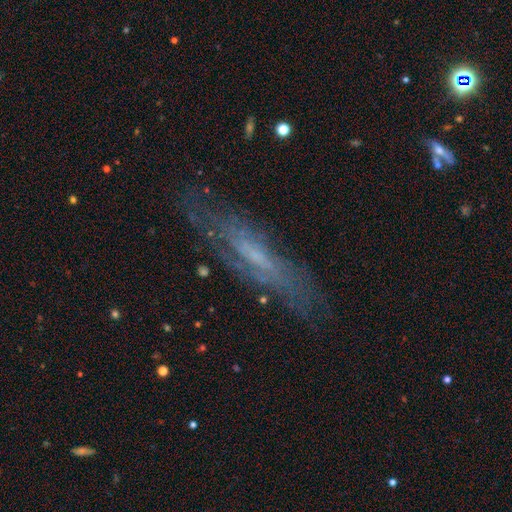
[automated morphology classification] This appears to be a featured or disk galaxy (65%) viewed edge-on (53%). Merging: none (76%).